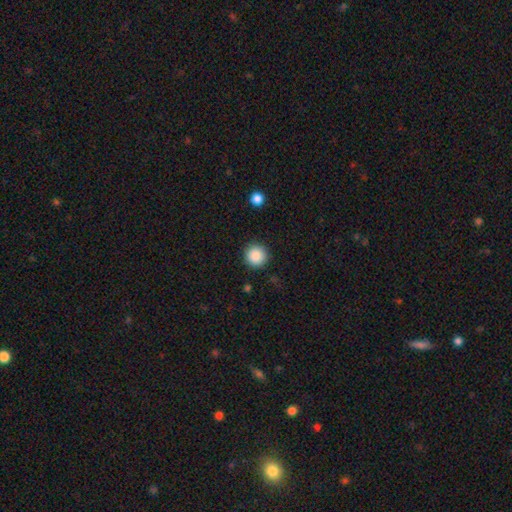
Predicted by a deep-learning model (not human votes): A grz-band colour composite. It shows a smooth galaxy with no disk features (87%) that is round (96%). Merging: none (91%).